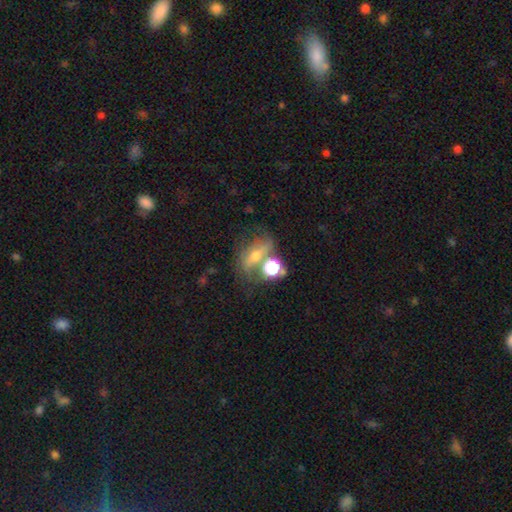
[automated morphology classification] Q: Smooth or featured?
A: featured or disk (44%); runner-up: smooth (36%)
Q: Merging?
A: none (47%); runner-up: merger (24%)